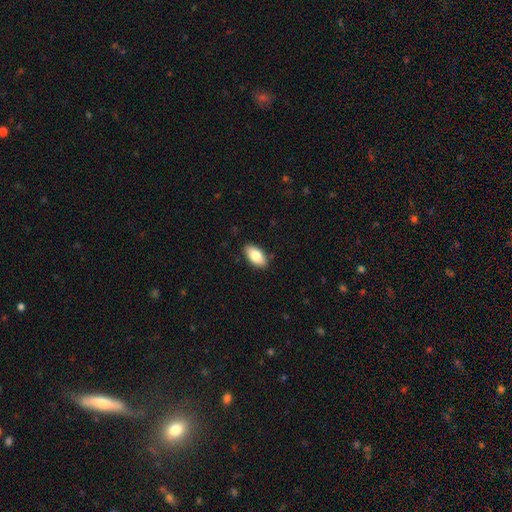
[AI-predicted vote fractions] smooth_or_featured: smooth (p=0.81) [alt: featured or disk p=0.12]
how_rounded: in between (p=0.93) [alt: cigar-shaped p=0.04]
merging: none (p=0.88) [alt: minor disturbance p=0.09]